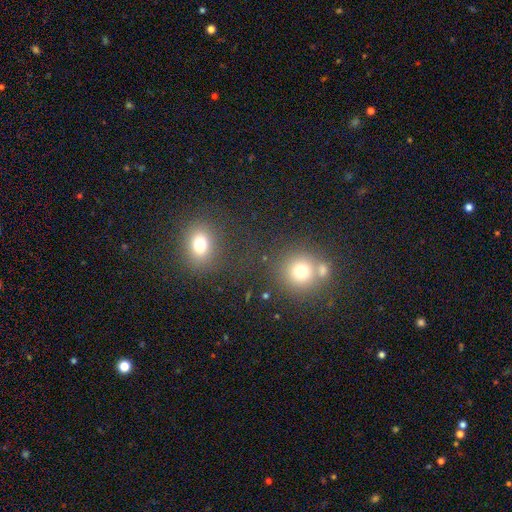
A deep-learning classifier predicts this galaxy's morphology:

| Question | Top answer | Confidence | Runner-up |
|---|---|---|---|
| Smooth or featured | smooth | 54% | star or artifact (37%) |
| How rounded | round | 82% | in between (17%) |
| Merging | none | 68% | merger (20%) |